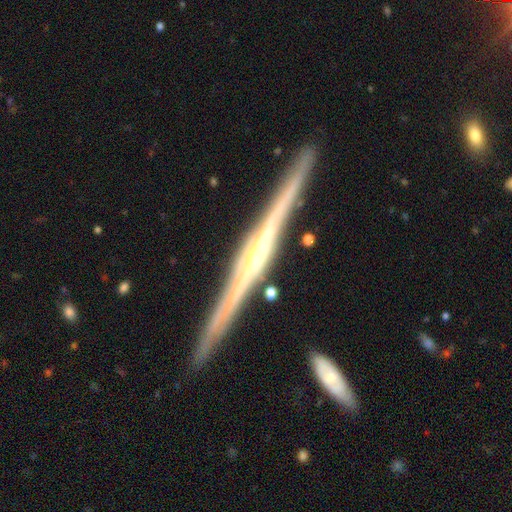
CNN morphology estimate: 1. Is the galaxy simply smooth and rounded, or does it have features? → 87% featured or disk, 8% smooth, 5% star or artifact.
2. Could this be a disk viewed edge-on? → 98% yes, 2% no.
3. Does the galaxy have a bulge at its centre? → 68% rounded, 18% none, 14% boxy.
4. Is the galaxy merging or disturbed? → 90% none, 6% minor disturbance, 2% merger, 1% major disturbance.